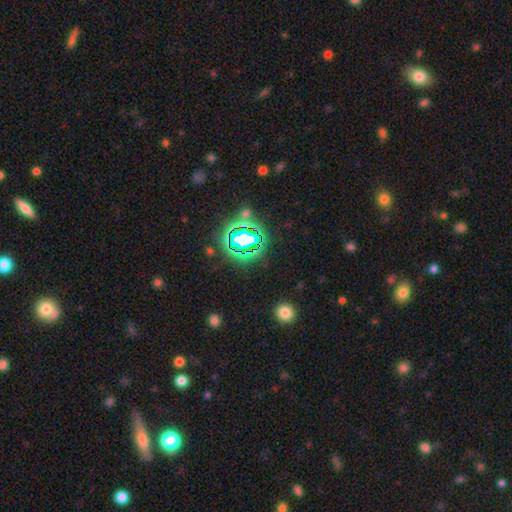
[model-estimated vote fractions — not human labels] This appears to be a star or artifact, not a galaxy (79%).